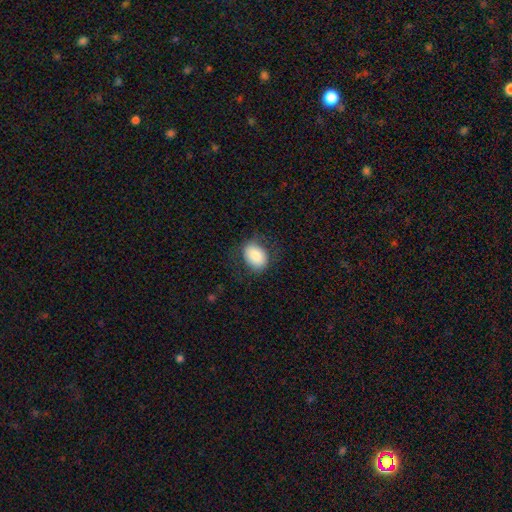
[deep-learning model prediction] Smooth or featured?
  - smooth: 83% *
  - featured or disk: 10%
  - star or artifact: 7%
How rounded?
  - in between: 75% *
  - round: 24%
  - cigar-shaped: 1%
Merging?
  - none: 75% *
  - minor disturbance: 16%
  - major disturbance: 8%
  - merger: 1%